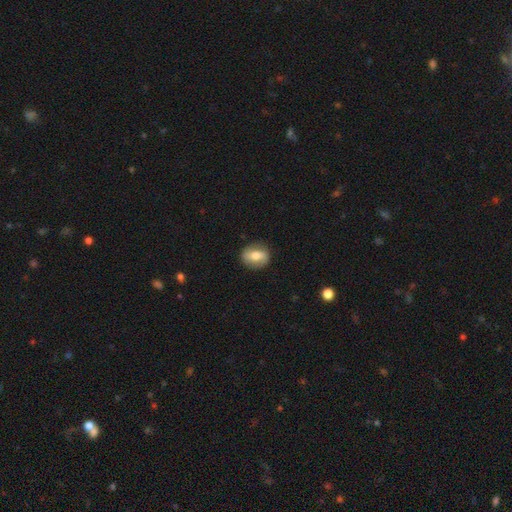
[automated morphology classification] This appears to be a smooth galaxy with no disk features (56%) that is in between round and cigar-shaped (50%). Merging: none (85%).